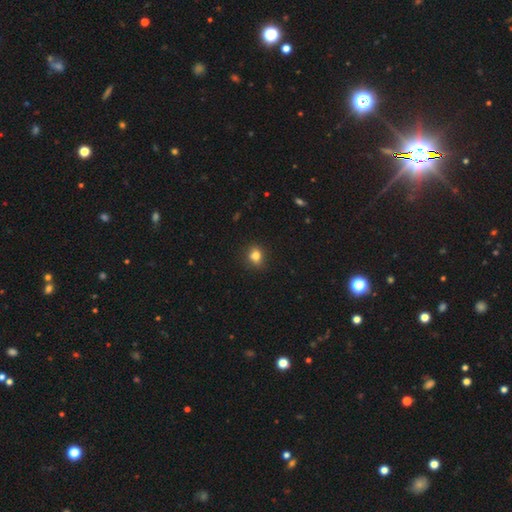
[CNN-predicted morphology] A smooth galaxy with no disk features (82%) that is round (57%). Merging: none (82%).